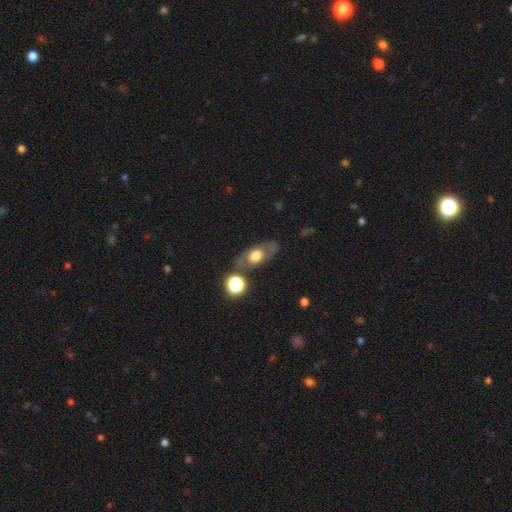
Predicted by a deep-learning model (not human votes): This is possibly a smooth galaxy (47%). Merging: likely none (71%).